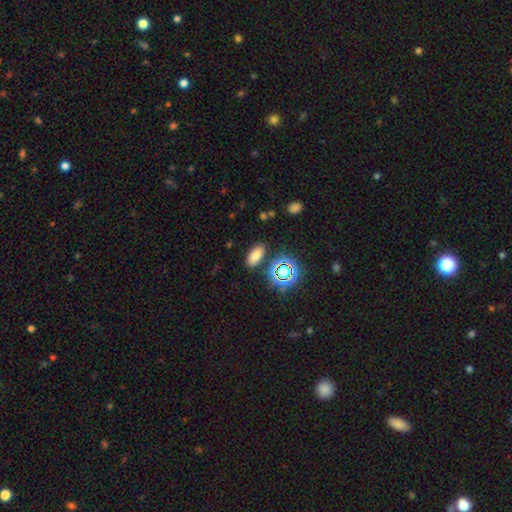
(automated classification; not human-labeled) This is likely a smooth galaxy (72%). How rounded: clearly in between (84%). Merging: clearly none (84%).